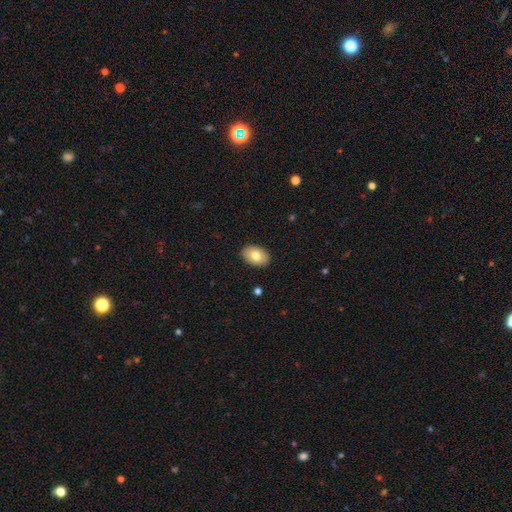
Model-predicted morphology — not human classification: This appears to be a smooth galaxy with no disk features (76%) that is in between round and cigar-shaped (89%). Merging: none (90%).